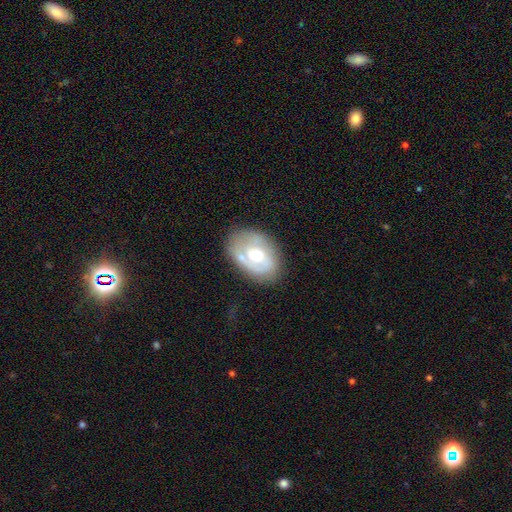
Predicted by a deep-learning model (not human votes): smooth-or-featured: featured or disk: 63% | smooth: 31% | star or artifact: 6%
  disk-edge-on: no: 95% | yes: 5%
    bar: no: 61% | weak: 33% | strong: 6%
    has-spiral-arms: yes: 68% | no: 32%
    bulge-size: moderate: 67% | small: 19% | large: 10% | none: 2% | dominant: 1%
  merging: none: 63% | minor disturbance: 22% | major disturbance: 9% | merger: 5%